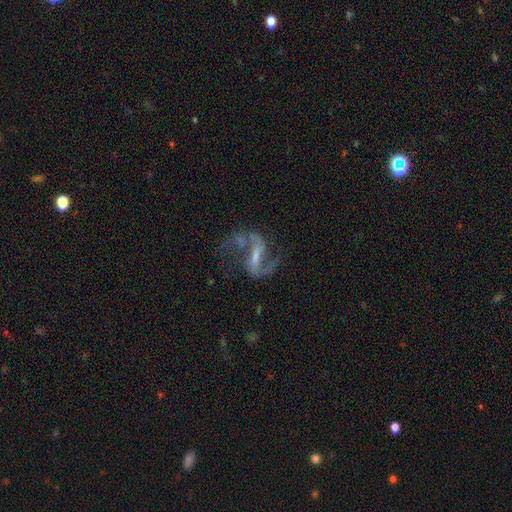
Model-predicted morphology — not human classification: This is clearly a featured or disk galaxy (86%). It is clearly not viewed edge-on (96%). Bar: possibly strong (52%). Spiral arm pattern: clearly yes (94%). Spiral arm count: clearly 2 (91%). Spiral winding: likely loose (60%). Central bulge: possibly small (47%). Merging: possibly none (59%).